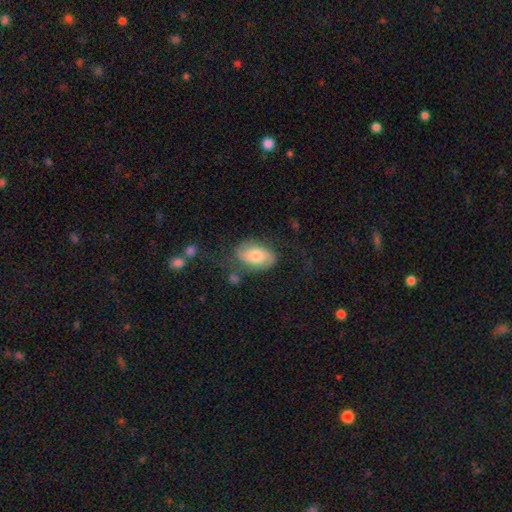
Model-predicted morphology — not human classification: This appears to be a smooth galaxy with no disk features (51%) that is in between round and cigar-shaped (90%). Merging: none (59%).